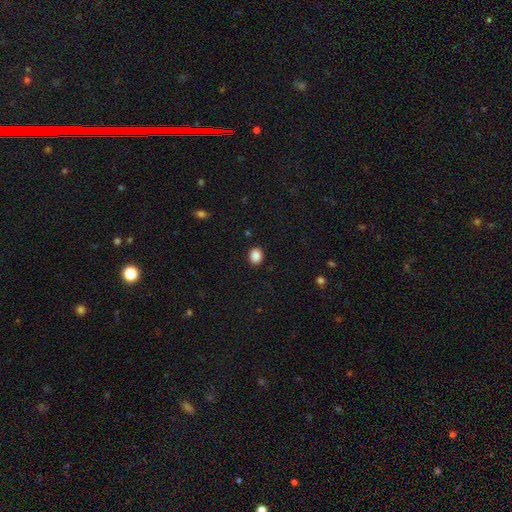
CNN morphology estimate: smooth_or_featured: smooth (p=0.89) [alt: star or artifact p=0.09]
how_rounded: in between (p=0.51) [alt: round p=0.48]
merging: none (p=0.89) [alt: minor disturbance p=0.07]